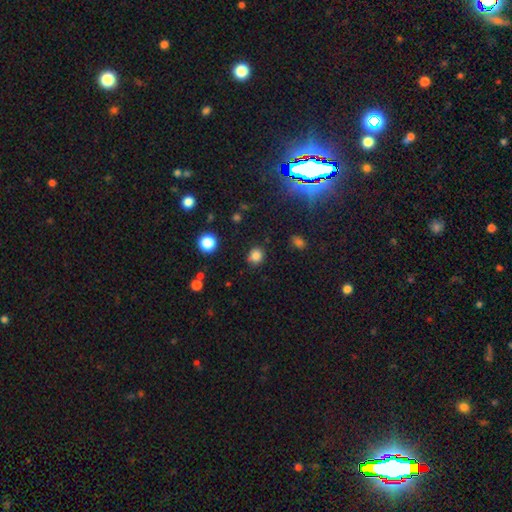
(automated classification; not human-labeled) Smooth or featured? smooth (82%)
How rounded? round (80%)
Merging? none (86%)